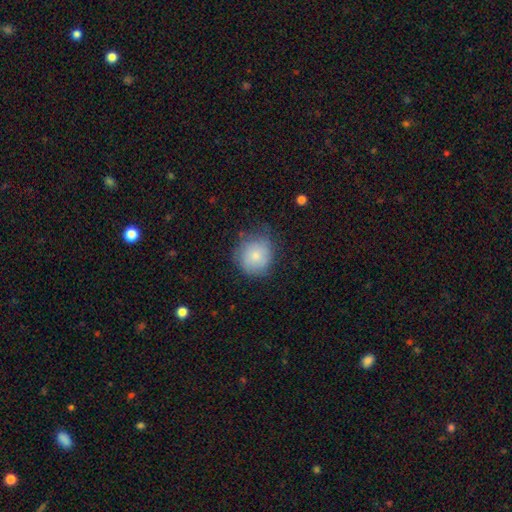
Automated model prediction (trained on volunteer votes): Overall: smooth (76%). How rounded: round (88%). Merging: none (66%).